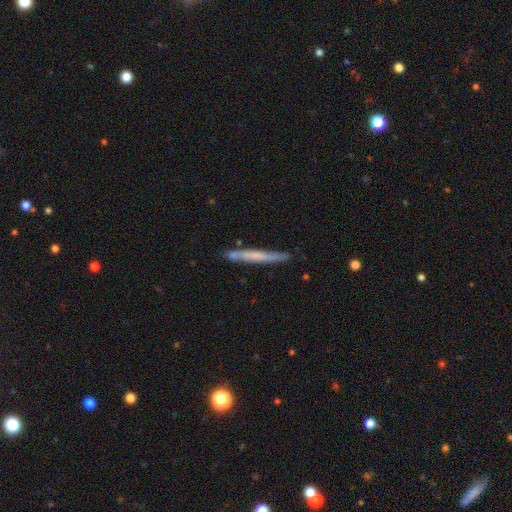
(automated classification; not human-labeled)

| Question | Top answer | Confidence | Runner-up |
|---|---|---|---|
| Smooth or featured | smooth | 50% | featured or disk (45%) |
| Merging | none | 75% | minor disturbance (16%) |